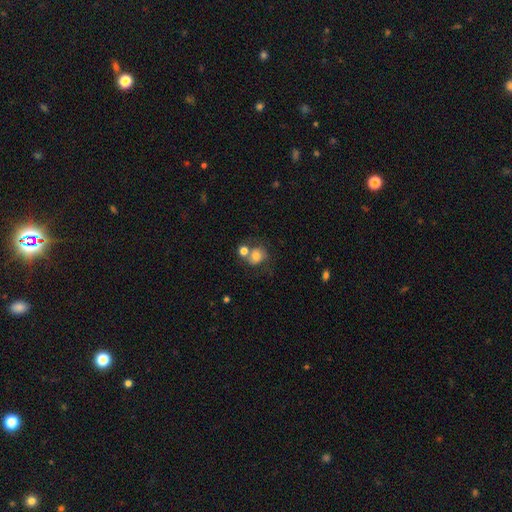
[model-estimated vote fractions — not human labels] Smooth or featured? smooth (69%)
How rounded? round (71%)
Merging? none (39%)